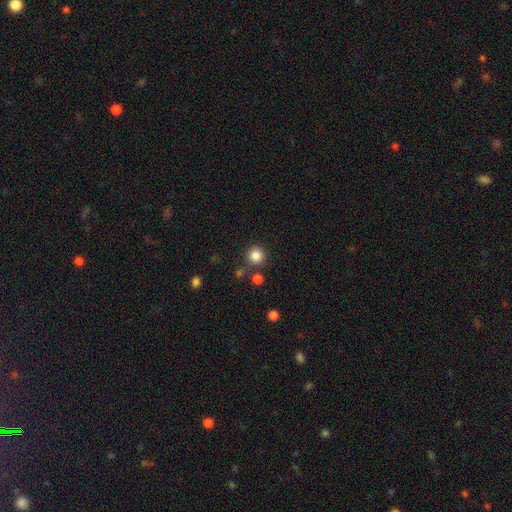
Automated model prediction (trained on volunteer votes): Smooth or featured: smooth — 84% (star or artifact — 11%)
How rounded: round — 94% (in between — 5%)
Merging: none — 84% (minor disturbance — 8%)